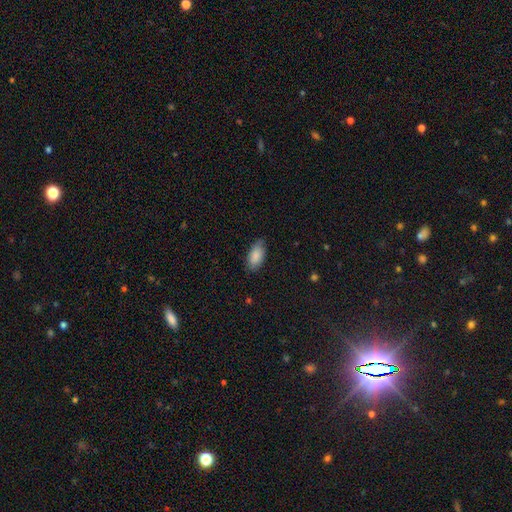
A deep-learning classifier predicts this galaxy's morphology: smooth_or_featured: smooth (p=0.86) [alt: featured or disk p=0.08]
how_rounded: in between (p=0.92) [alt: cigar-shaped p=0.05]
merging: none (p=0.76) [alt: minor disturbance p=0.20]